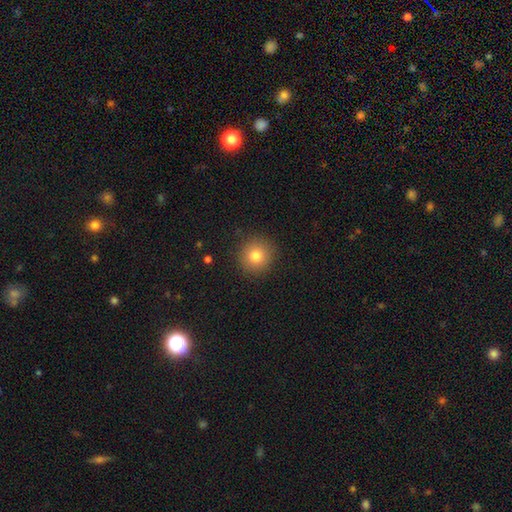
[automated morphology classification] A smooth galaxy with no disk features (80%) that is round (92%). Merging: none (90%).